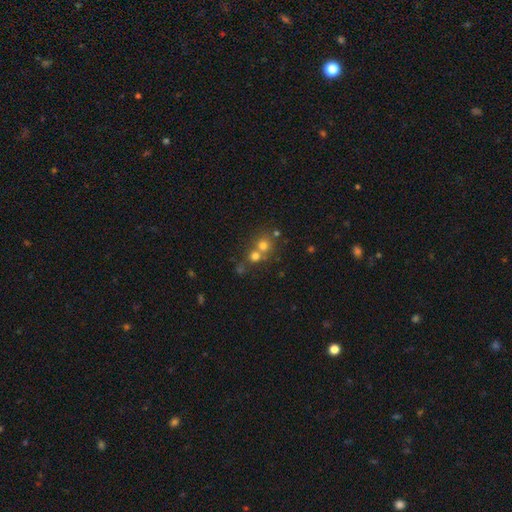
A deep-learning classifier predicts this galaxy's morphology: Smooth or featured: smooth — 67% (star or artifact — 18%)
How rounded: round — 85% (in between — 14%)
Merging: merger — 49% (none — 43%)